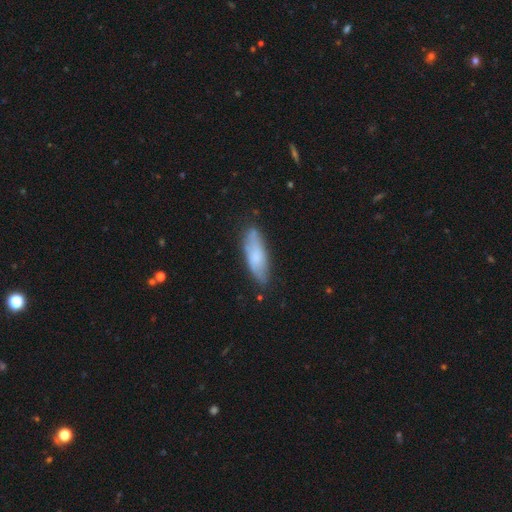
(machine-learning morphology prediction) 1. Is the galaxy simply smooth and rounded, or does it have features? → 66% smooth, 28% featured or disk, 6% star or artifact.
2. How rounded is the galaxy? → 53% in between, 45% cigar-shaped, 2% round.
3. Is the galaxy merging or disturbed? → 74% none, 20% minor disturbance, 4% major disturbance, 2% merger.